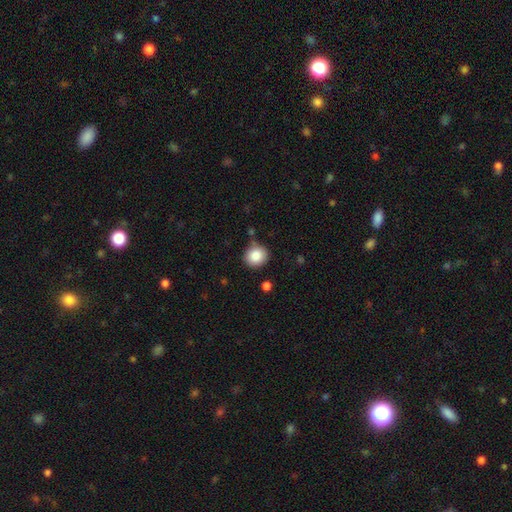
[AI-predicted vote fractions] A smooth galaxy with no disk features (86%) that is round (83%).

Vote fractions:
- Smooth or featured? smooth: 86% / star or artifact: 9% / featured or disk: 5%
- How rounded? round: 83% / in between: 16% / cigar-shaped: 1%
- Merging? none: 81% / minor disturbance: 12% / merger: 4% / major disturbance: 3%